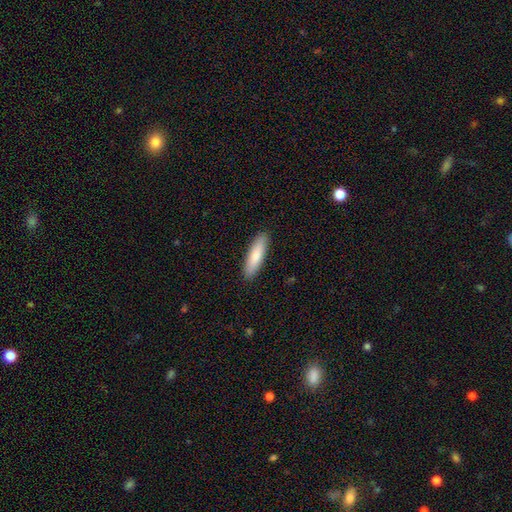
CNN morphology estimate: Smooth or featured: smooth — 80% (featured or disk — 15%)
How rounded: cigar-shaped — 64% (in between — 35%)
Merging: none — 90% (minor disturbance — 7%)